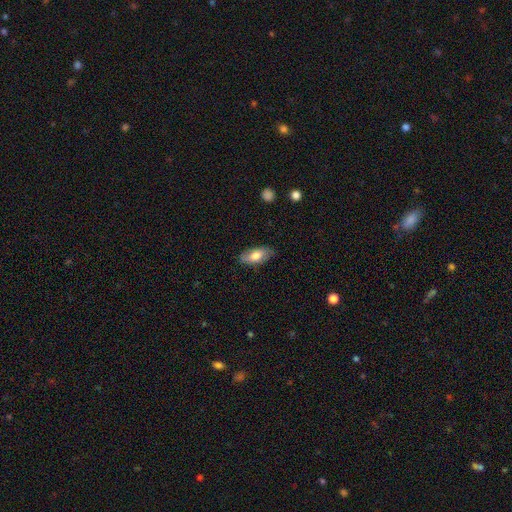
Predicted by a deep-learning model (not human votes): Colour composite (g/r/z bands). It shows a smooth galaxy with no disk features (75%) that is in between round and cigar-shaped (88%). Merging: none (81%).